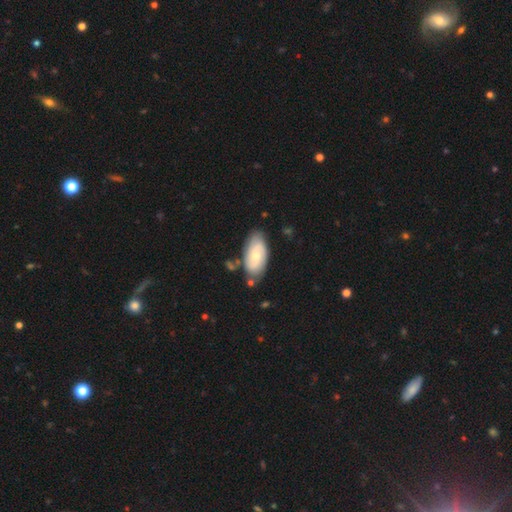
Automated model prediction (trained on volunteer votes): A featured or disk galaxy (51%).

Vote fractions:
- Smooth or featured? featured or disk: 51% / smooth: 43% / star or artifact: 6%
- Edge-on disk? no: 93% / yes: 7%
- Merging? none: 69% / minor disturbance: 20% / merger: 6% / major disturbance: 5%